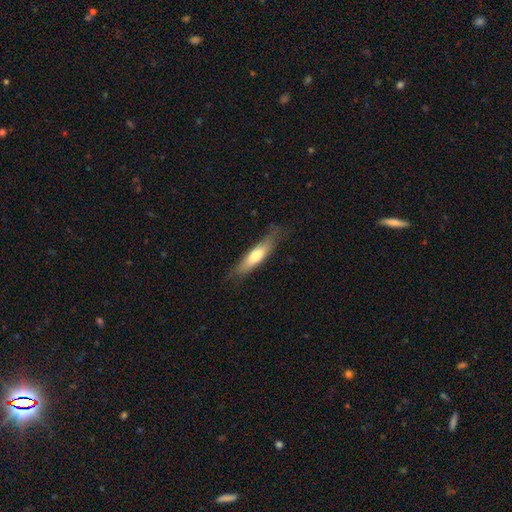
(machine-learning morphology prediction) The model was most divided on "smooth or featured": smooth: 64%, featured or disk: 31%, star or artifact: 5%. More confident: merging — none (73%); how rounded — cigar-shaped (69%).